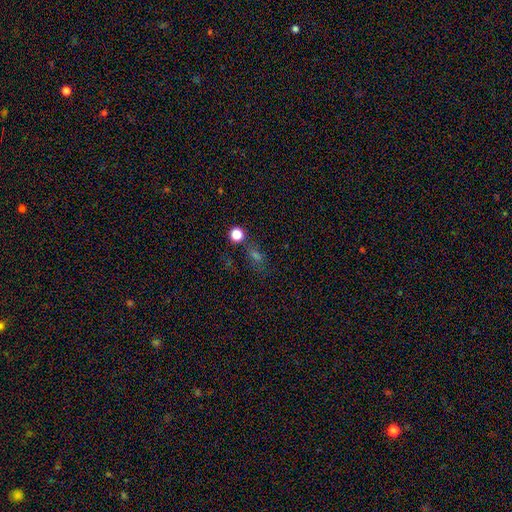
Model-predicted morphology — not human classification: Smooth or featured?
  - smooth: 44% *
  - star or artifact: 41%
  - featured or disk: 14%
Merging?
  - none: 64% *
  - minor disturbance: 15%
  - merger: 12%
  - major disturbance: 9%